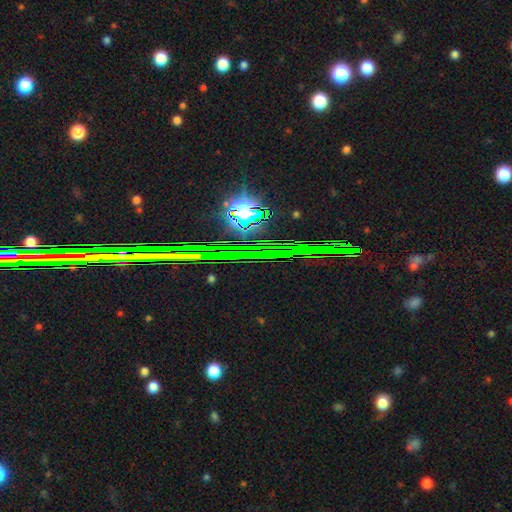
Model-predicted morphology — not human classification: A star or artifact, not a galaxy (80%).